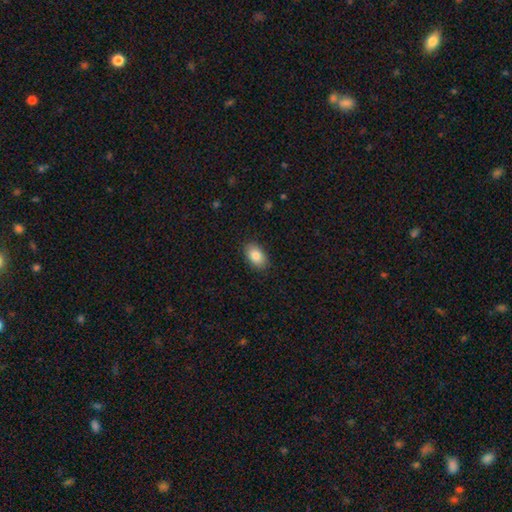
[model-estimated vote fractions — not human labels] Smooth or featured? smooth (85%)
How rounded? in between (90%)
Merging? none (88%)